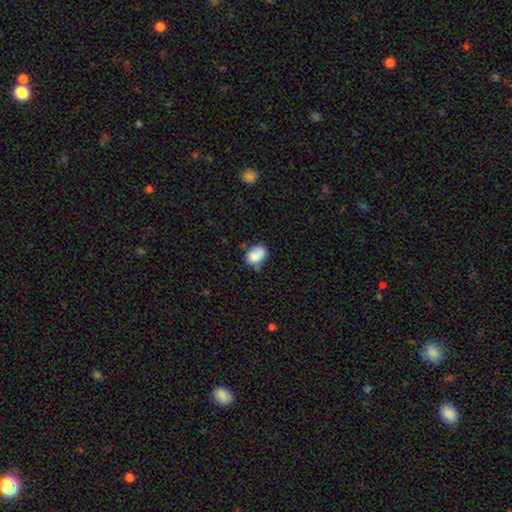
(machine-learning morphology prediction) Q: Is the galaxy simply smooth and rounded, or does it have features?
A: smooth — 79%.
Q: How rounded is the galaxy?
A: in between — 73%.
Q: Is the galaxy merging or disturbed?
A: none — 49%.